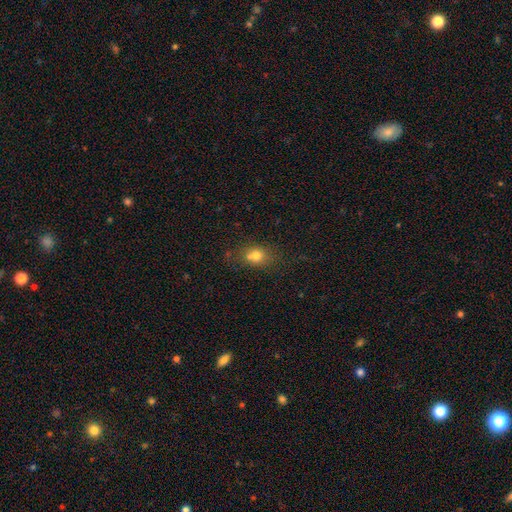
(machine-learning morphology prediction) smooth-or-featured: smooth: 73% | featured or disk: 14% | star or artifact: 14%
  how-rounded: round: 53% | in between: 46% | cigar-shaped: 2%
  merging: none: 53% | merger: 27% | minor disturbance: 15% | major disturbance: 6%